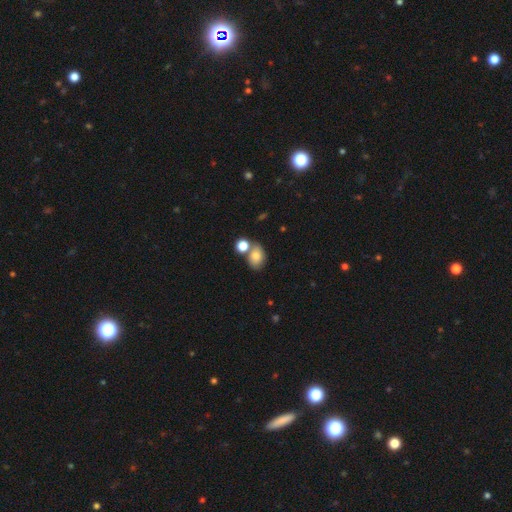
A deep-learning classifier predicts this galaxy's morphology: type=smooth (80%); roundness=in between (68%); merging=none (53%).